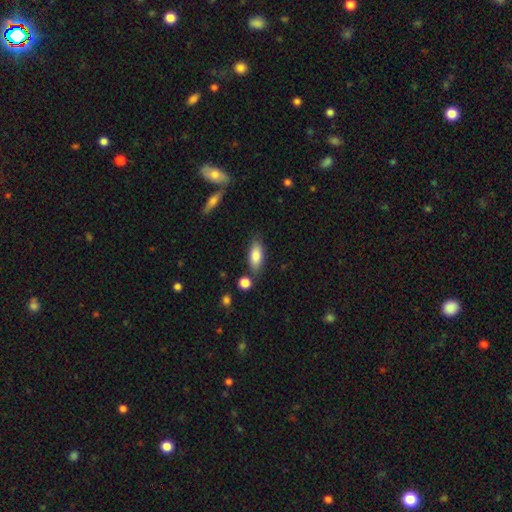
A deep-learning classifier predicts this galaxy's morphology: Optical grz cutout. It shows a smooth galaxy with no disk features (84%) that is in between round and cigar-shaped (80%). Merging: none (77%).